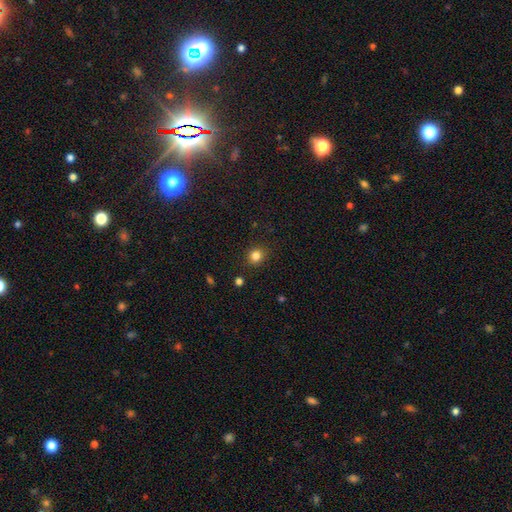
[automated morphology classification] smooth_or_featured: smooth (p=0.82) [alt: star or artifact p=0.13]
how_rounded: round (p=0.83) [alt: in between p=0.17]
merging: none (p=0.88) [alt: minor disturbance p=0.08]